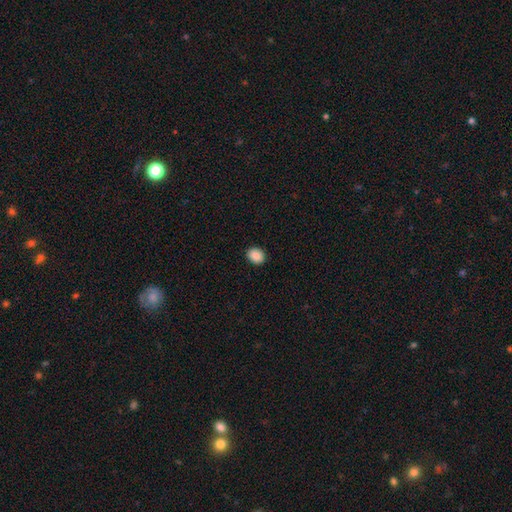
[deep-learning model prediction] A smooth galaxy with no disk features (89%) that is in between round and cigar-shaped (51%).

Vote fractions:
- Smooth or featured? smooth: 89% / star or artifact: 8% / featured or disk: 3%
- How rounded? in between: 51% / round: 48% / cigar-shaped: 1%
- Merging? none: 91% / minor disturbance: 7% / major disturbance: 2% / merger: 1%